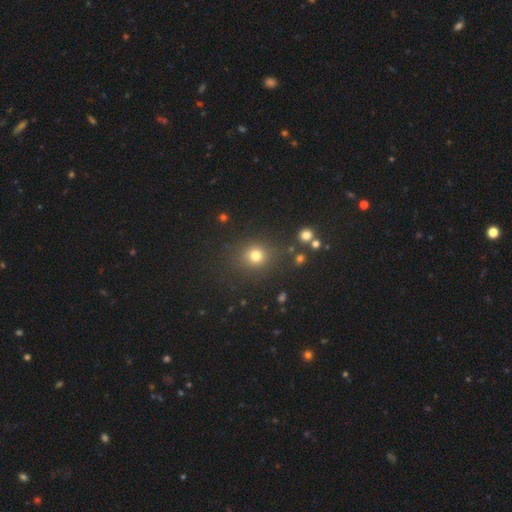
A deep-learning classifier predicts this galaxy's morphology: type=smooth (77%); roundness=round (84%); merging=none (82%).